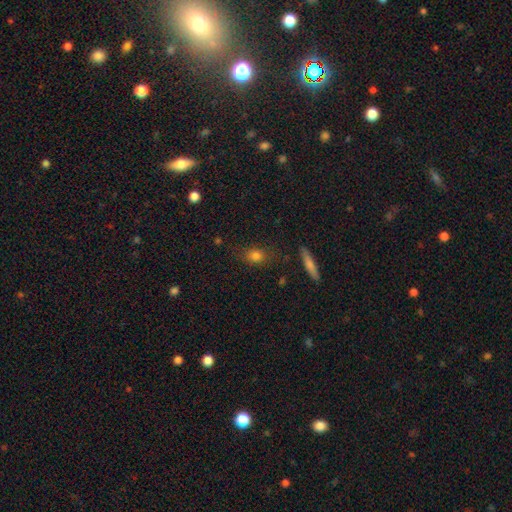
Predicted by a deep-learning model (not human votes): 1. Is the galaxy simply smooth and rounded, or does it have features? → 77% smooth, 12% star or artifact, 11% featured or disk.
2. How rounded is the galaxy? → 58% in between, 34% round, 8% cigar-shaped.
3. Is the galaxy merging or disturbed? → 75% none, 17% minor disturbance, 5% major disturbance, 3% merger.